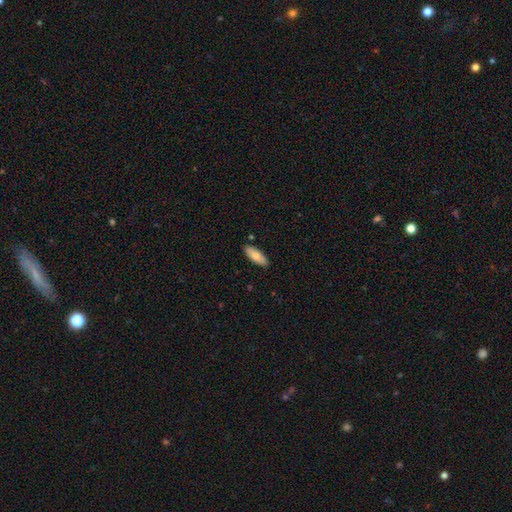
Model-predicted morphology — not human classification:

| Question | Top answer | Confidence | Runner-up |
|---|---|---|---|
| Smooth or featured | smooth | 78% | featured or disk (16%) |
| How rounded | in between | 71% | cigar-shaped (28%) |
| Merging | none | 88% | minor disturbance (9%) |